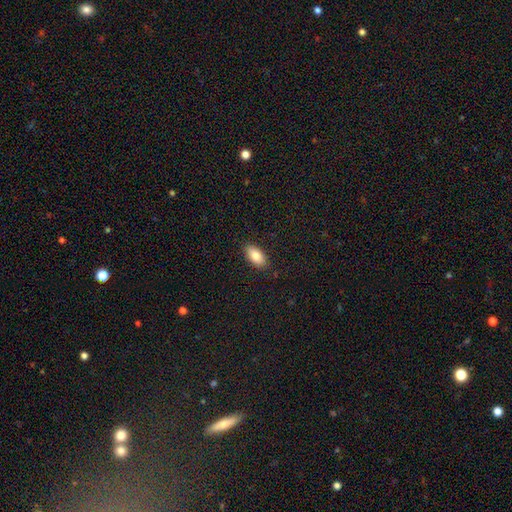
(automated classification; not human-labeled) Morphology: type=smooth (83%); roundness=in between (92%); merging=none (88%).